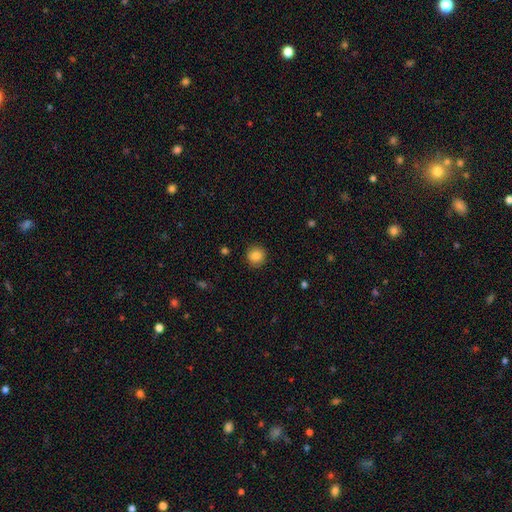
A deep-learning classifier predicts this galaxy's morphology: smooth-or-featured: smooth: 85% | star or artifact: 9% | featured or disk: 6%
  how-rounded: round: 92% | in between: 7% | cigar-shaped: 1%
  merging: none: 91% | minor disturbance: 6% | major disturbance: 2% | merger: 1%